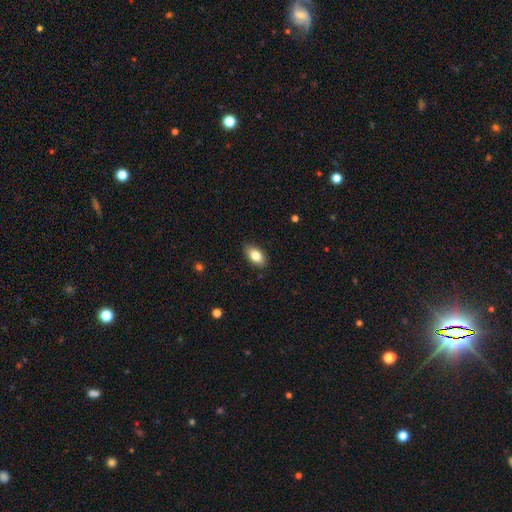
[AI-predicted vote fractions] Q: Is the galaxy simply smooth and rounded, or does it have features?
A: smooth — 81%.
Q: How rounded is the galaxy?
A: in between — 91%.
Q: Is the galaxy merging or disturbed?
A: none — 86%.